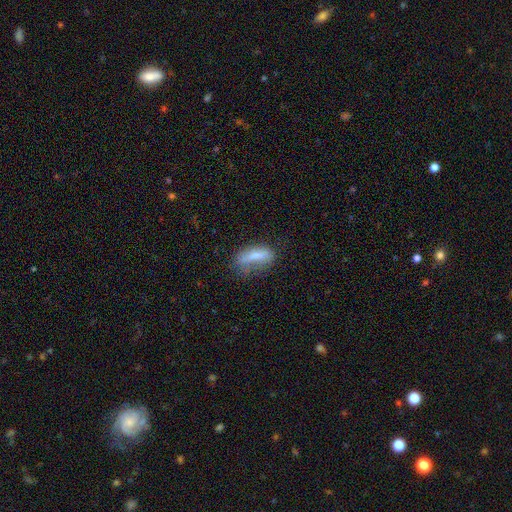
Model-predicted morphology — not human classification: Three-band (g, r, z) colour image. It shows a smooth galaxy with no disk features (69%) that is in between round and cigar-shaped (63%). Merging: none (45%).